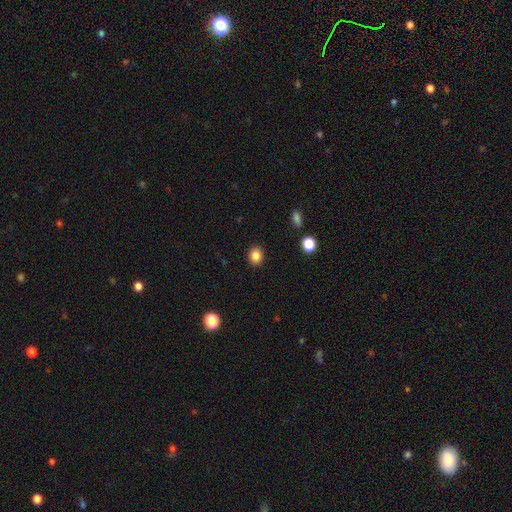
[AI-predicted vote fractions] A smooth galaxy with no disk features (86%) that is round (62%).

Vote fractions:
- Smooth or featured? smooth: 86% / star or artifact: 10% / featured or disk: 4%
- How rounded? round: 62% / in between: 37% / cigar-shaped: 1%
- Merging? none: 90% / minor disturbance: 6% / major disturbance: 2% / merger: 1%